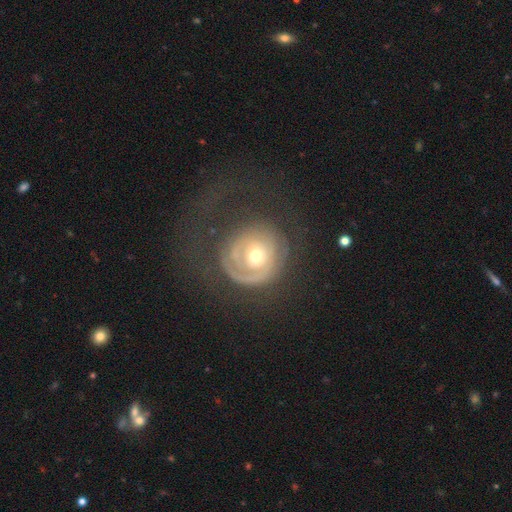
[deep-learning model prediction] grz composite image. It shows a featured or disk galaxy (64%) with no bar (84%), spiral arms (64%) and a moderate central bulge (59%). Merging: none (54%).